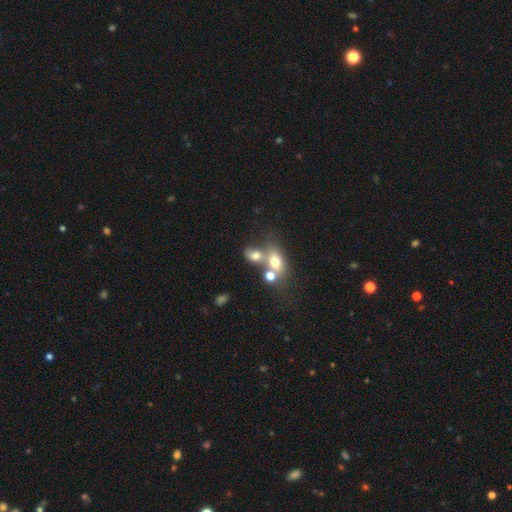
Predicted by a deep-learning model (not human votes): Q: Smooth or featured?
A: smooth (69%); runner-up: featured or disk (18%)
Q: How rounded?
A: in between (67%); runner-up: round (30%)
Q: Merging?
A: merger (51%); runner-up: none (31%)